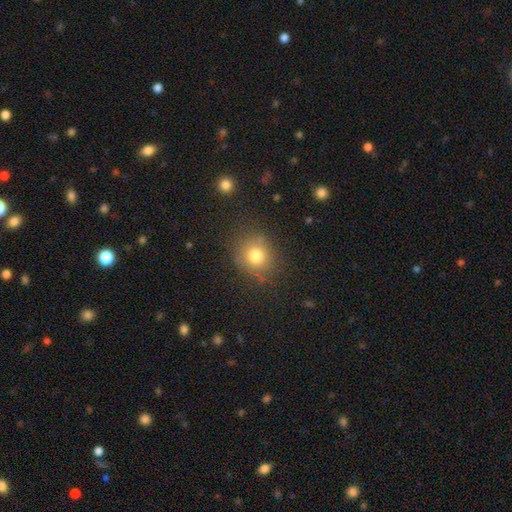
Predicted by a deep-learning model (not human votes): smooth_or_featured: smooth (p=0.78) [alt: star or artifact p=0.13]
how_rounded: round (p=0.82) [alt: in between p=0.17]
merging: none (p=0.78) [alt: minor disturbance p=0.14]